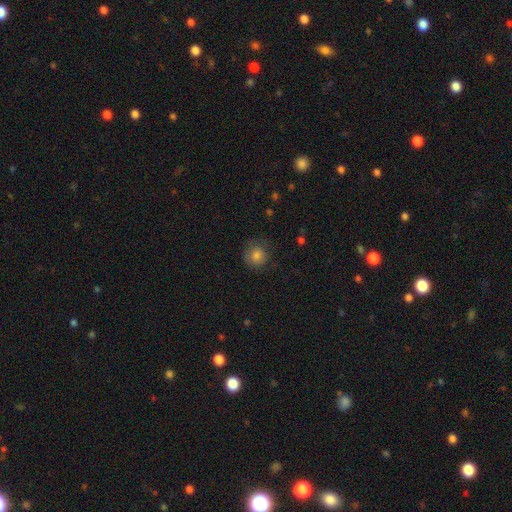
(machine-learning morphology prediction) A smooth galaxy with no disk features (80%) that is round (90%). Merging: none (79%).